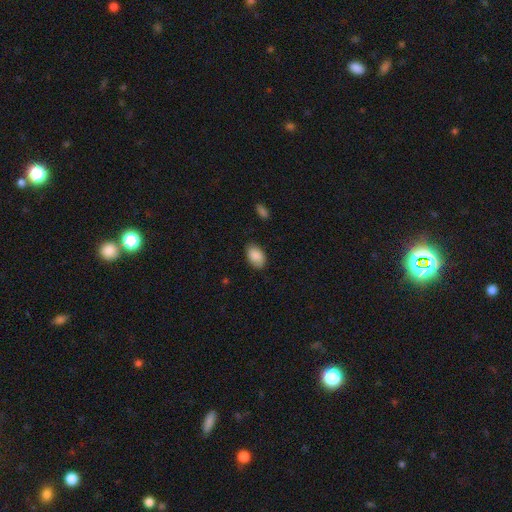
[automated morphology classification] Overall: smooth (88%). How rounded: in between (91%). Merging: none (80%).